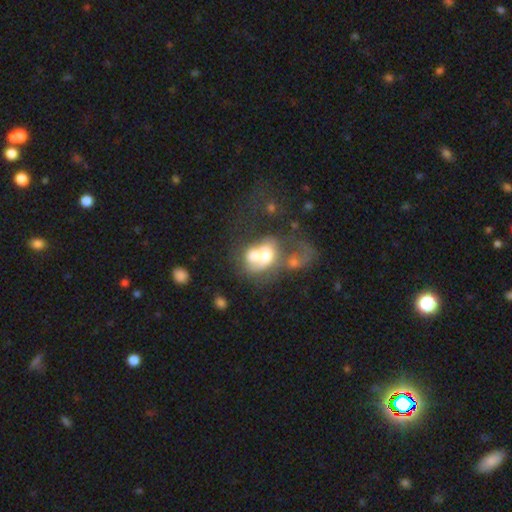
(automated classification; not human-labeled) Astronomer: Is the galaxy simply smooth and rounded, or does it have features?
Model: featured or disk — 45% (runner-up: smooth, 44%).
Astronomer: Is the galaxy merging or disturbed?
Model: merger — 69%.